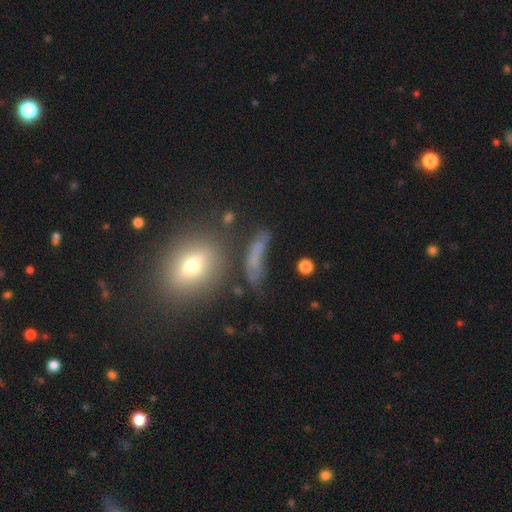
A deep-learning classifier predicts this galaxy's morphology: The model was most divided on "how rounded": cigar-shaped: 56%, in between: 33%, round: 11%. More confident: smooth or featured — smooth (55%); merging — none (54%).